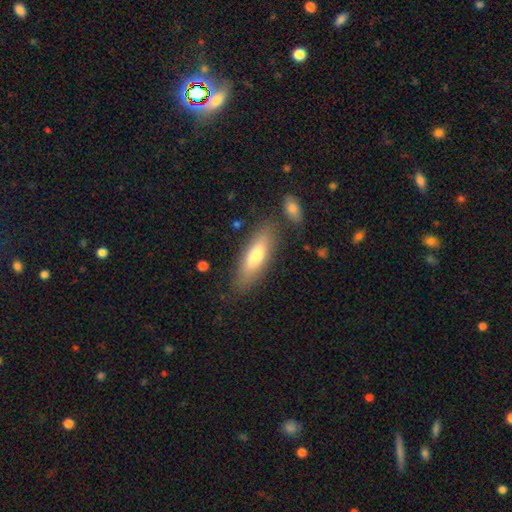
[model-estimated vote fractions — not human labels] smooth_or_featured: smooth (p=0.69) [alt: featured or disk p=0.25]
how_rounded: cigar-shaped (p=0.51) [alt: in between p=0.47]
merging: none (p=0.80) [alt: minor disturbance p=0.13]